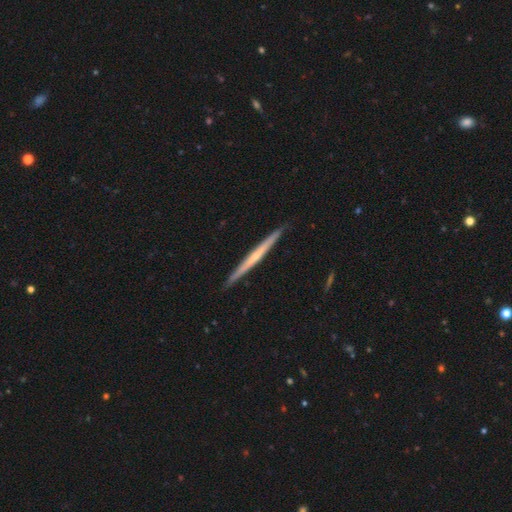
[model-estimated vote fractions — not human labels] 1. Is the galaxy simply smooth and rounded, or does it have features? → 64% featured or disk, 31% smooth, 5% star or artifact.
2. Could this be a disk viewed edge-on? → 98% yes, 2% no.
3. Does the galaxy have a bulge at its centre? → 62% none, 33% rounded, 4% boxy.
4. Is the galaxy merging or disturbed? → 91% none, 6% minor disturbance, 1% major disturbance, 1% merger.